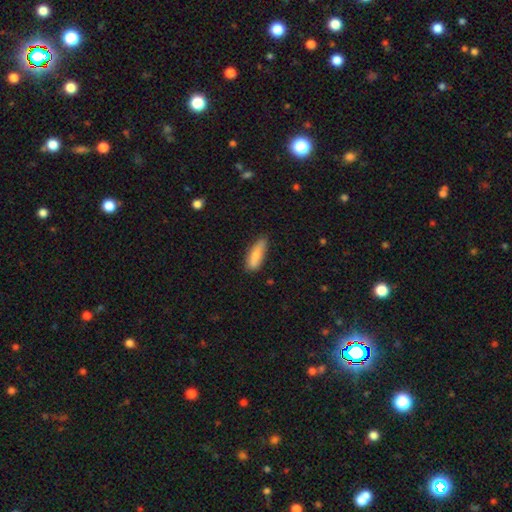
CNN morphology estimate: Smooth or featured: smooth — 82% (featured or disk — 12%)
How rounded: in between — 54% (cigar-shaped — 44%)
Merging: none — 72% (minor disturbance — 22%)